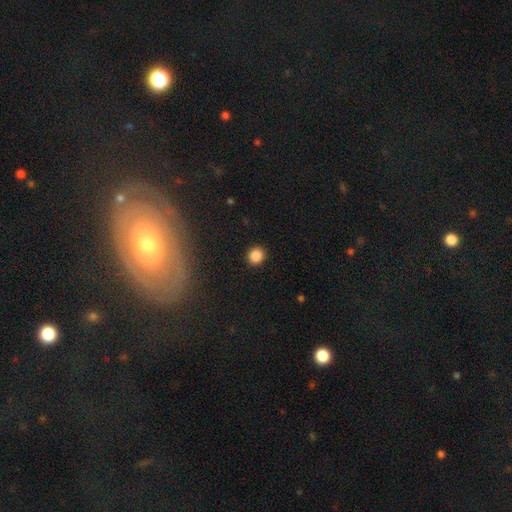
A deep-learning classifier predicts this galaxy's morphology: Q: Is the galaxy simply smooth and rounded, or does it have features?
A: smooth — 86%.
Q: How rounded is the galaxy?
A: round — 89%.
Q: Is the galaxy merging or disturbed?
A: none — 91%.